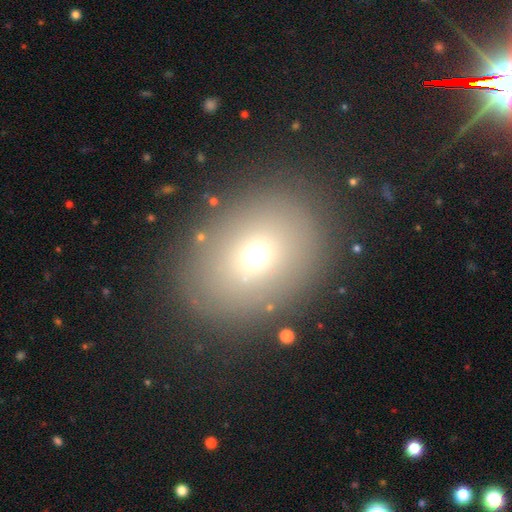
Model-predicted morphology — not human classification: The model was most divided on "how rounded": in between: 52%, round: 47%, cigar-shaped: 1%. More confident: merging — none (84%); smooth or featured — smooth (67%).